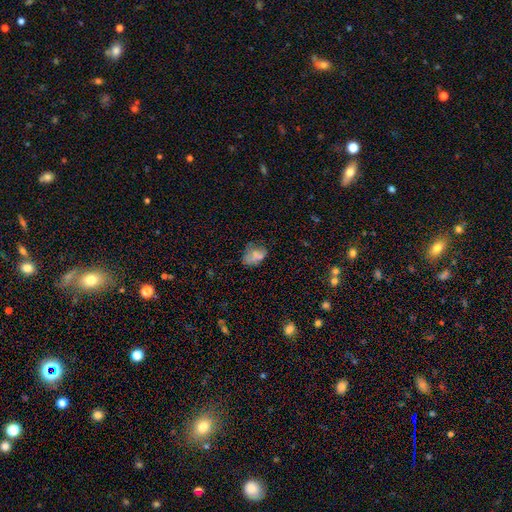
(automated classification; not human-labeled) Smooth or featured? smooth (65%)
How rounded? in between (82%)
Merging? none (53%)